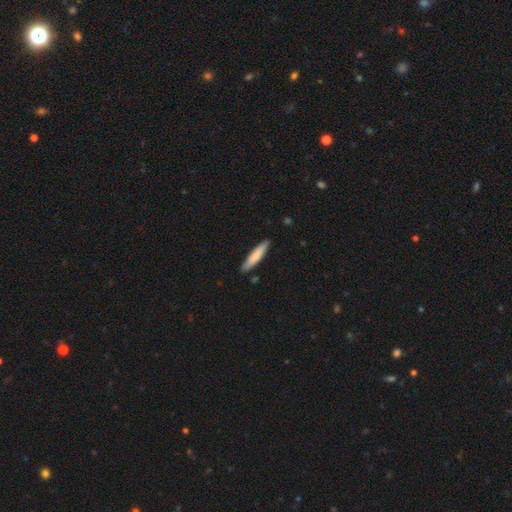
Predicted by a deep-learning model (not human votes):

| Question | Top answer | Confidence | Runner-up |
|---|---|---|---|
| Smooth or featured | smooth | 80% | featured or disk (15%) |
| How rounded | cigar-shaped | 87% | in between (12%) |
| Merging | none | 86% | minor disturbance (11%) |